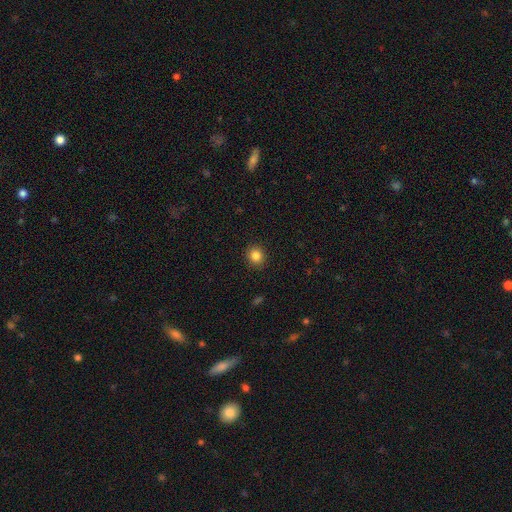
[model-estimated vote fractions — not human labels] Smooth or featured?
  - smooth: 84% *
  - star or artifact: 11%
  - featured or disk: 5%
How rounded?
  - round: 86% *
  - in between: 13%
  - cigar-shaped: 1%
Merging?
  - none: 91% *
  - minor disturbance: 6%
  - major disturbance: 2%
  - merger: 1%